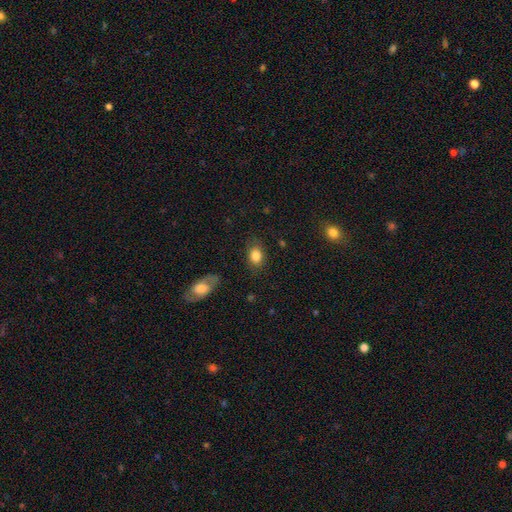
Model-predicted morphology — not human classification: smooth_or_featured: smooth (p=0.84) [alt: star or artifact p=0.08]
how_rounded: in between (p=0.78) [alt: round p=0.20]
merging: none (p=0.80) [alt: minor disturbance p=0.14]